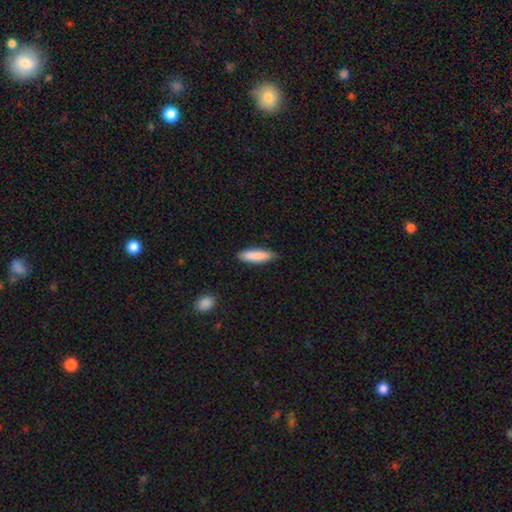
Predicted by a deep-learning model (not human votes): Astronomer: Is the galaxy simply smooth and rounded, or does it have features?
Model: smooth — 87%.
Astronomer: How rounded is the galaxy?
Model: cigar-shaped — 66%.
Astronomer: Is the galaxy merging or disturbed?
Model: none — 84%.